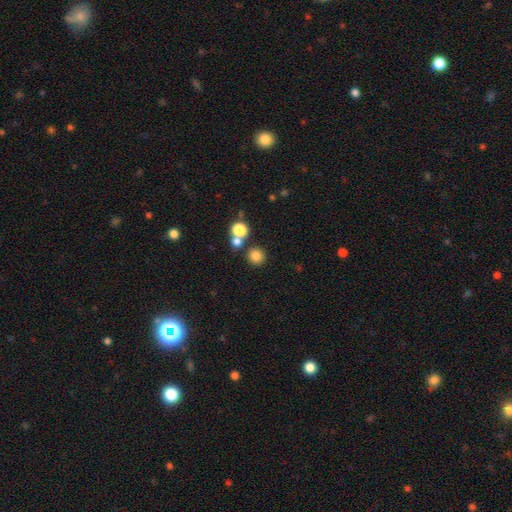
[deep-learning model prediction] Morphology: type=smooth (79%); roundness=round (93%); merging=none (76%).